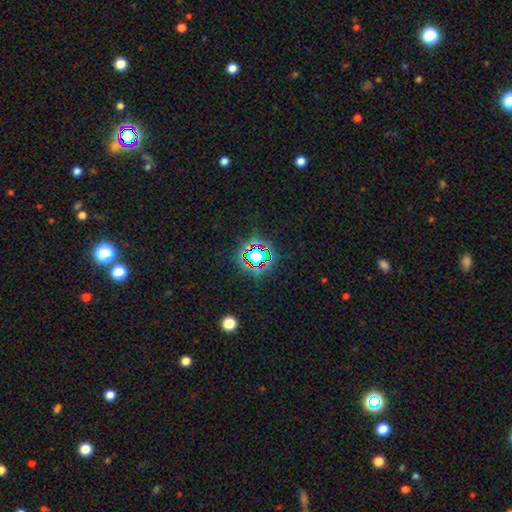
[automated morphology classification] This appears to be a star or artifact, not a galaxy (68%).